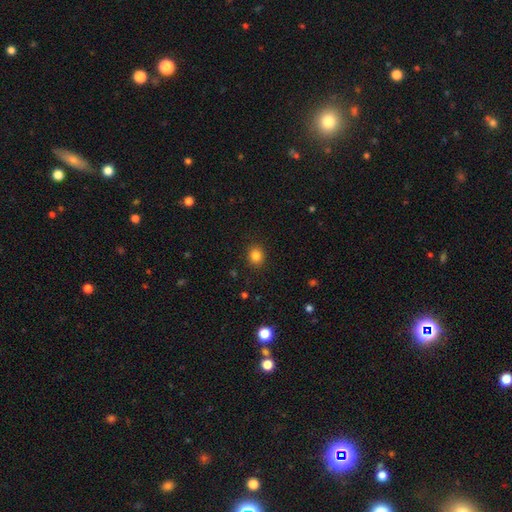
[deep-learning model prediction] smooth 83%, star or artifact 12%, featured or disk 5%. Down the decision tree: how rounded — round (74%); merging — none (90%).